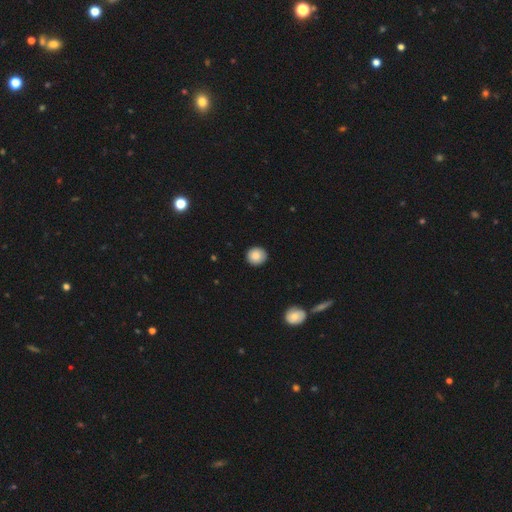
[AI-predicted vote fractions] Smooth or featured: smooth — 86% (star or artifact — 8%)
How rounded: round — 90% (in between — 9%)
Merging: none — 90% (minor disturbance — 8%)